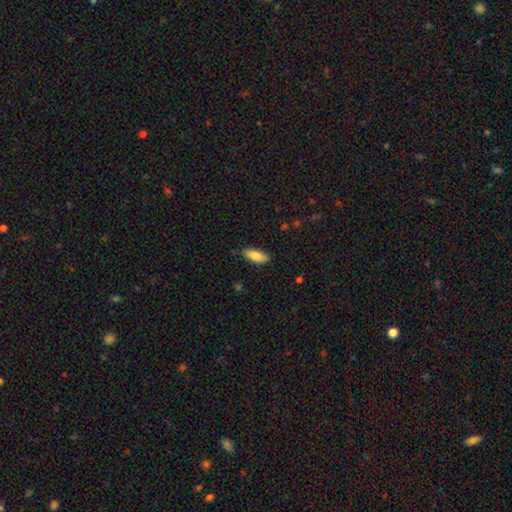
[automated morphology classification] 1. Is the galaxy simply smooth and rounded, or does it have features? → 85% smooth, 9% featured or disk, 6% star or artifact.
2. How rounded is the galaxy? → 79% in between, 19% cigar-shaped, 2% round.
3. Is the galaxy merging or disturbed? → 86% none, 11% minor disturbance, 2% major disturbance, 1% merger.